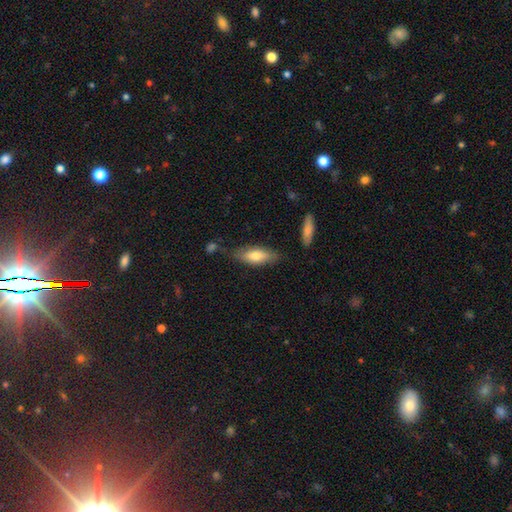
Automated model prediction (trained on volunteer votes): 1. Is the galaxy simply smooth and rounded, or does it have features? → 71% smooth, 23% featured or disk, 6% star or artifact.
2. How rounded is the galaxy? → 67% in between, 31% cigar-shaped, 2% round.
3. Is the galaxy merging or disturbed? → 73% none, 19% minor disturbance, 4% merger, 4% major disturbance.